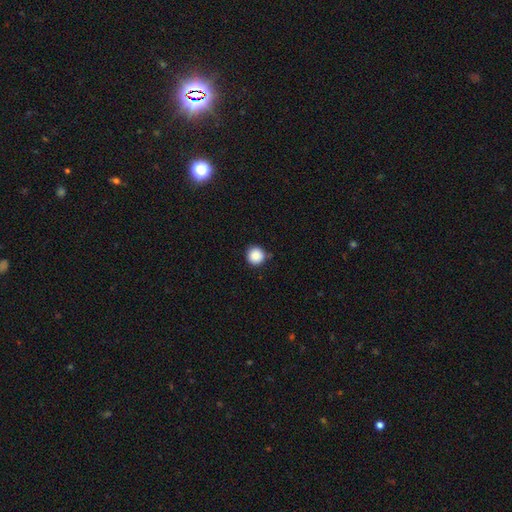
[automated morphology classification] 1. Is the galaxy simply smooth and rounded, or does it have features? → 87% smooth, 9% star or artifact, 3% featured or disk.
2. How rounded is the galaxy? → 96% round, 3% in between, 1% cigar-shaped.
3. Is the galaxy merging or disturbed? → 87% none, 9% minor disturbance, 2% merger, 2% major disturbance.